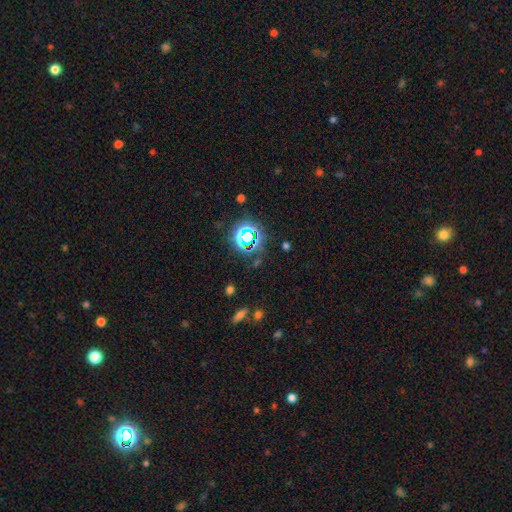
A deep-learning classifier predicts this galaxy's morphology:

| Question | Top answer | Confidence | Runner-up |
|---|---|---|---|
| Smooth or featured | star or artifact | 61% | smooth (29%) |